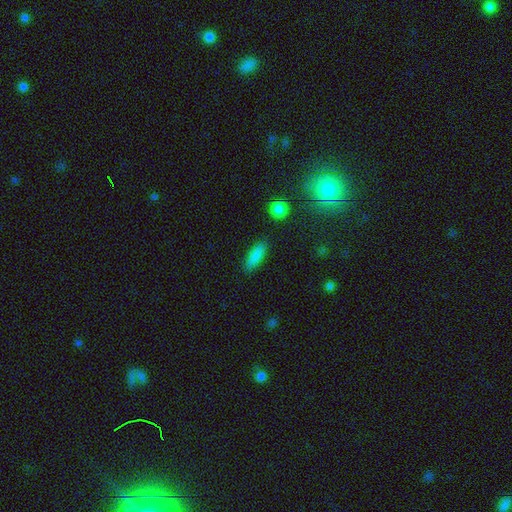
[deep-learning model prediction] Morphology: type=smooth (85%); roundness=in between (62%); merging=none (87%).